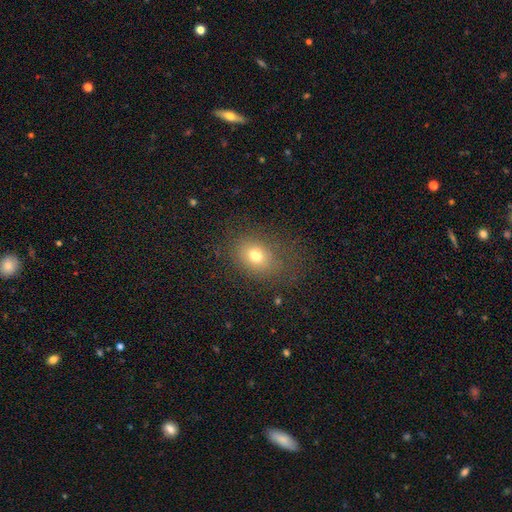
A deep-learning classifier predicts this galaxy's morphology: Overall: smooth (73%). How rounded: in between (55%; round 43%). Merging: none (72%).